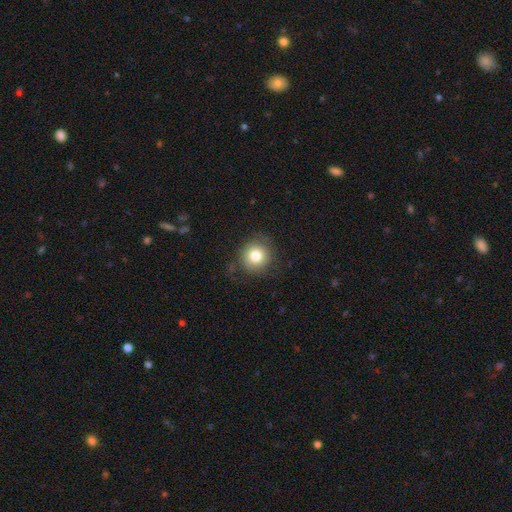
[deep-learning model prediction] Q: Smooth or featured?
A: smooth (80%); runner-up: star or artifact (10%)
Q: How rounded?
A: round (92%); runner-up: in between (7%)
Q: Merging?
A: none (80%); runner-up: minor disturbance (13%)